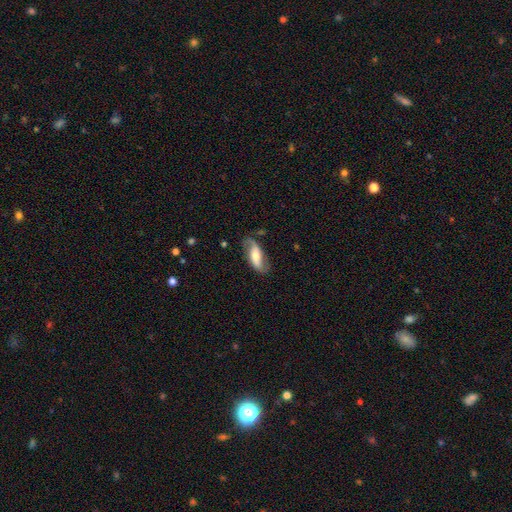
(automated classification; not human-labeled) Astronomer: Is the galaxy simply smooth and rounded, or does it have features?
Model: featured or disk — 64%.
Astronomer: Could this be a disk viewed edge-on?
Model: no — 88%.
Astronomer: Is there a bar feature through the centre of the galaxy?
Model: no — 39% (runner-up: weak, 31%).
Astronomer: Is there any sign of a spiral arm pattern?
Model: yes — 86%.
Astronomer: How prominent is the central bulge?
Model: moderate — 59%.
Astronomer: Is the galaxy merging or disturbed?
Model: none — 71%.